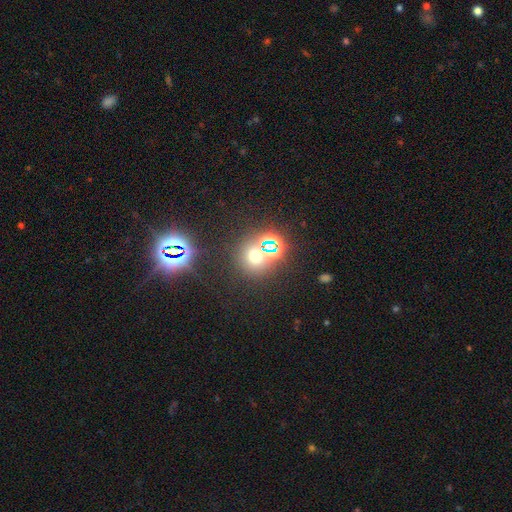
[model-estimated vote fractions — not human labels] This is possibly a smooth galaxy (47%). Merging: likely none (70%).